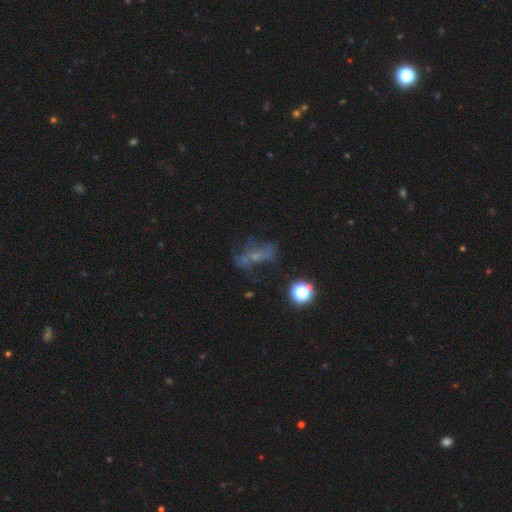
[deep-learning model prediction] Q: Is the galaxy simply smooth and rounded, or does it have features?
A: featured or disk — 39%.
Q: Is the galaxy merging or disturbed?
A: none — 43%.